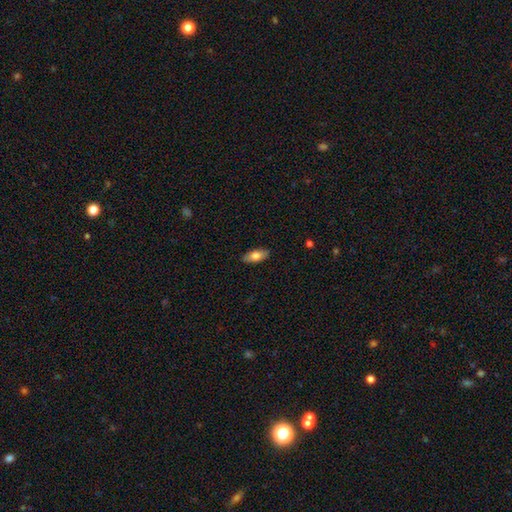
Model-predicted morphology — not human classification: This appears to be a smooth galaxy with no disk features (77%) that is in between round and cigar-shaped (84%). Merging: none (88%).